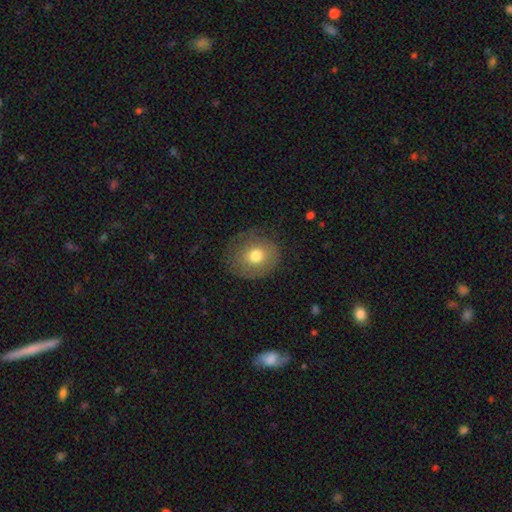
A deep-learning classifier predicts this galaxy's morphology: Smooth or featured? smooth (71%)
How rounded? round (76%)
Merging? none (74%)